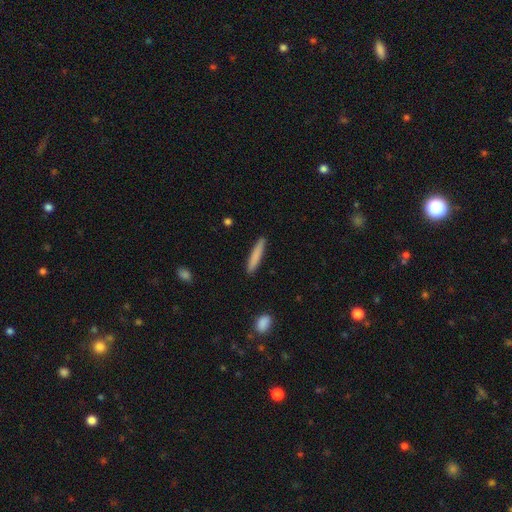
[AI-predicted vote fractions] This appears to be a smooth galaxy with no disk features (80%) that is cigar-shaped (94%). Merging: none (90%).